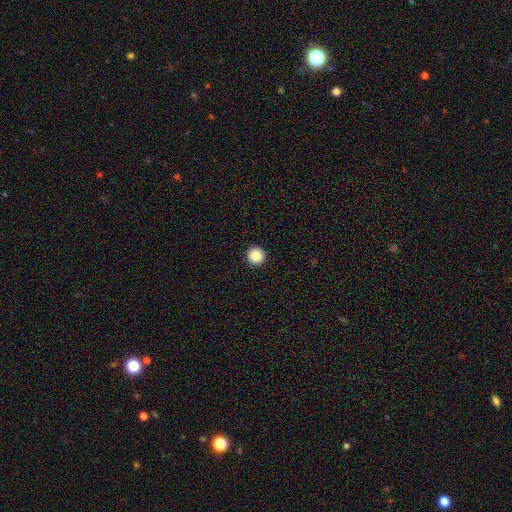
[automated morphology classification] Q: Smooth or featured?
A: smooth (87%); runner-up: star or artifact (10%)
Q: How rounded?
A: round (96%); runner-up: in between (3%)
Q: Merging?
A: none (94%); runner-up: minor disturbance (4%)